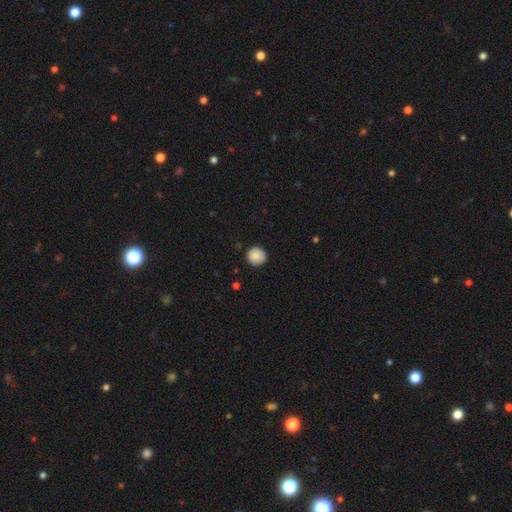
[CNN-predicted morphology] The model was most divided on "merging": none: 88%, minor disturbance: 9%, major disturbance: 2%, merger: 1%. More confident: how rounded — round (93%); smooth or featured — smooth (86%).